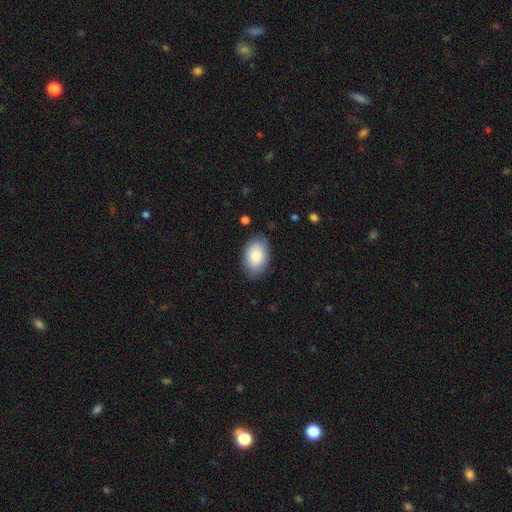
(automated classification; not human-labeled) Smooth or featured? Predicted: smooth (p=0.84). How rounded? Predicted: in between (p=0.90). Merging? Predicted: none (p=0.81).